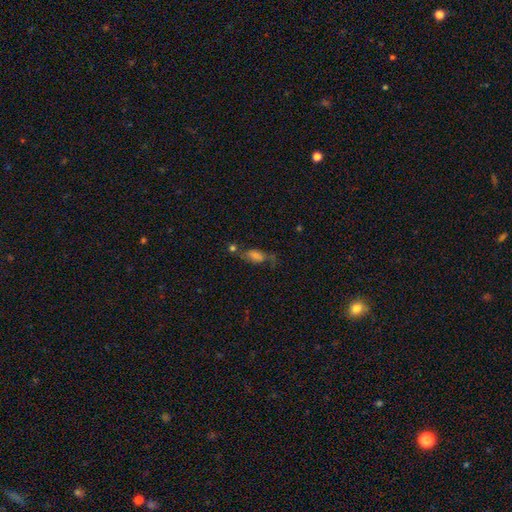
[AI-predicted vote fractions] smooth-or-featured: smooth: 49% | featured or disk: 35% | star or artifact: 15%
  merging: none: 45% | minor disturbance: 22% | major disturbance: 18% | merger: 15%